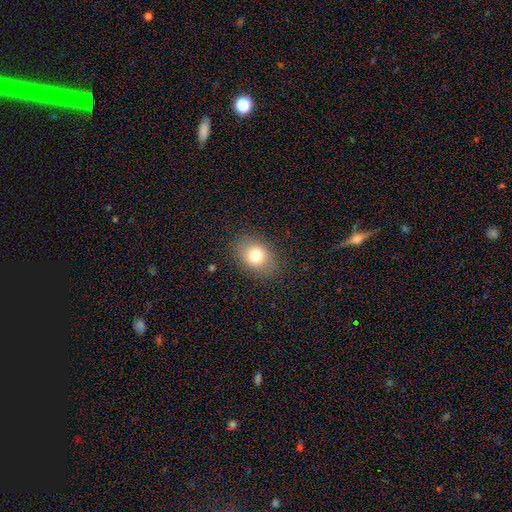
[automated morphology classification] This appears to be a smooth galaxy with no disk features (77%) that is in between round and cigar-shaped (68%). Merging: none (84%).